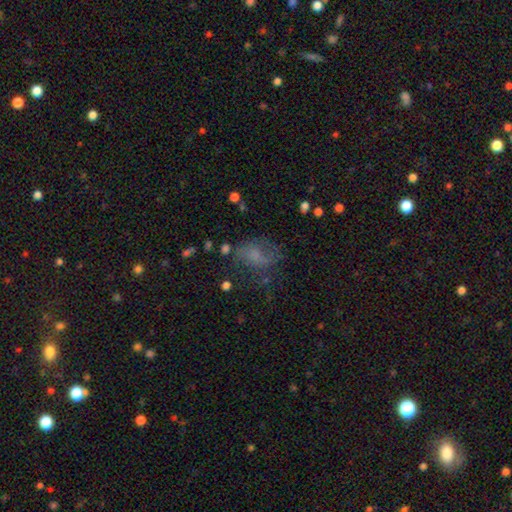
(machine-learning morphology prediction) Smooth or featured? smooth (50%)
Merging? none (44%)